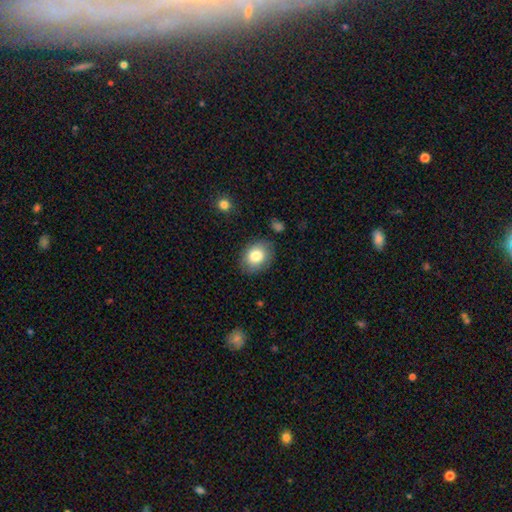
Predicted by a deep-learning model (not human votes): This appears to be a smooth galaxy with no disk features (82%) that is in between round and cigar-shaped (60%). Merging: none (82%).